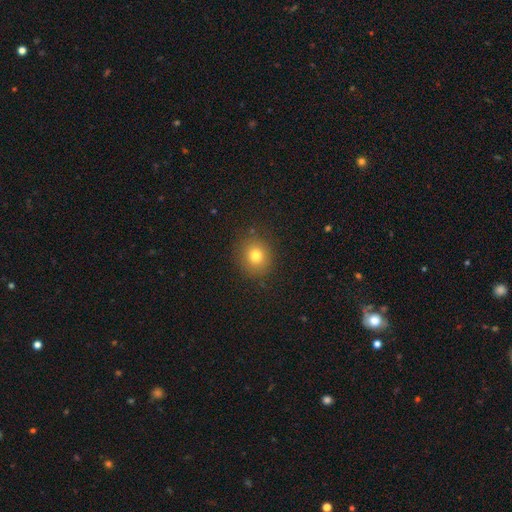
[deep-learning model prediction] This is likely a smooth galaxy (77%). How rounded: clearly round (81%). Merging: clearly none (86%).